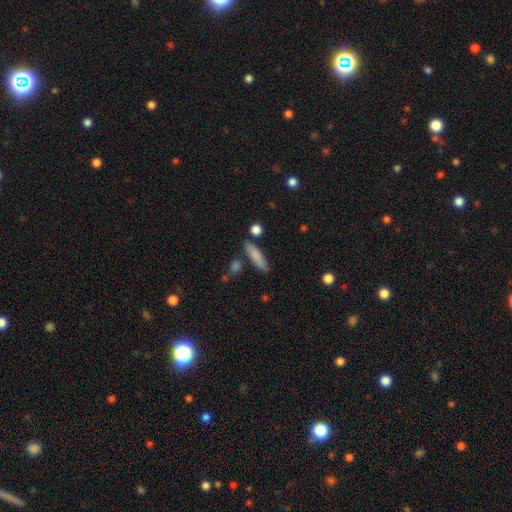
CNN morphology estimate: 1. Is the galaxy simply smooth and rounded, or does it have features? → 82% smooth, 12% featured or disk, 7% star or artifact.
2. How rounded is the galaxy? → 70% cigar-shaped, 28% in between, 2% round.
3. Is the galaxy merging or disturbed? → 78% none, 13% minor disturbance, 6% merger, 3% major disturbance.